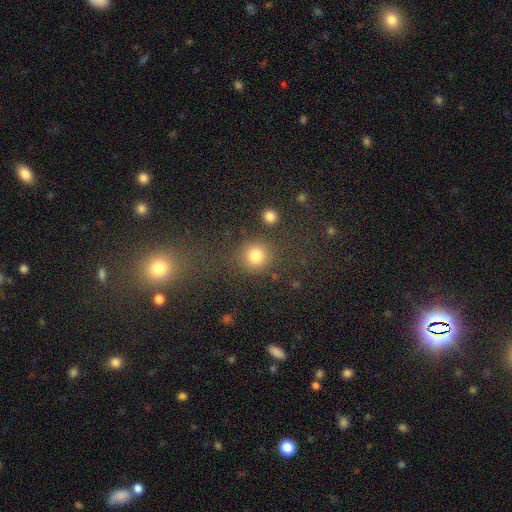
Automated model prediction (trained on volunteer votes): Smooth or featured? smooth (81%)
How rounded? round (86%)
Merging? none (72%)